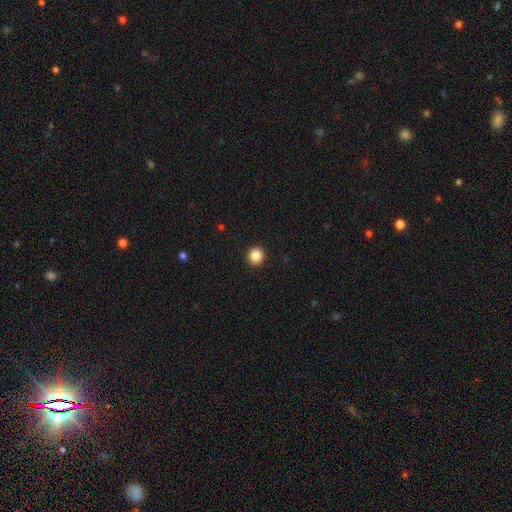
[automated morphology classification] Smooth or featured?
  - smooth: 87% *
  - star or artifact: 10%
  - featured or disk: 4%
How rounded?
  - round: 95% *
  - in between: 4%
  - cigar-shaped: 1%
Merging?
  - none: 94% *
  - minor disturbance: 4%
  - major disturbance: 1%
  - merger: 1%